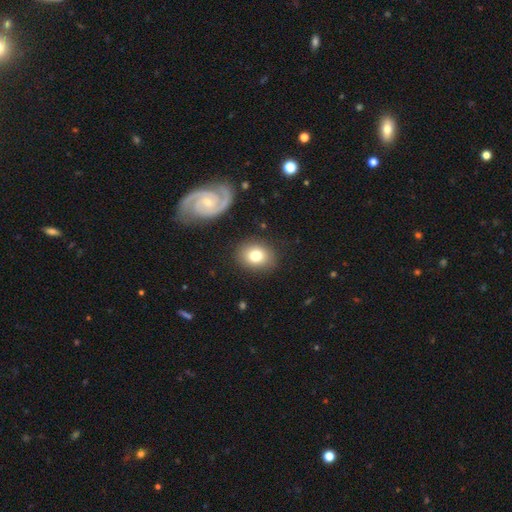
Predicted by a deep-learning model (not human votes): smooth_or_featured: smooth (p=0.76) [alt: featured or disk p=0.17]
how_rounded: in between (p=0.51) [alt: round p=0.48]
merging: none (p=0.84) [alt: minor disturbance p=0.11]